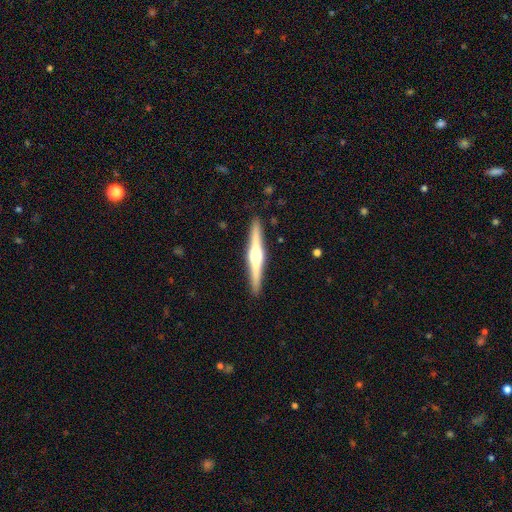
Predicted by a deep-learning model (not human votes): featured or disk 75%, smooth 20%, star or artifact 5%. Down the decision tree: edge-on disk — yes (98%); edge-on bulge — rounded (94%); merging — none (91%).